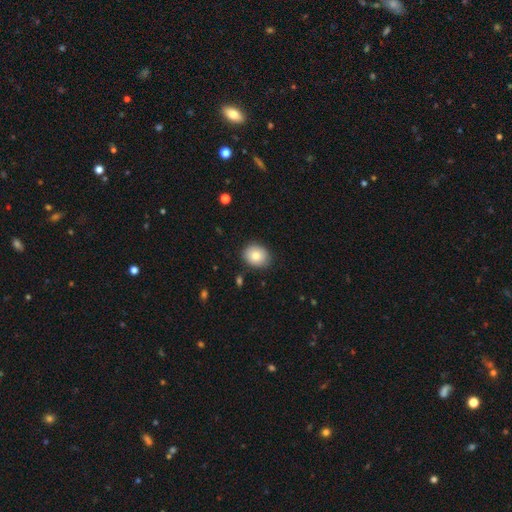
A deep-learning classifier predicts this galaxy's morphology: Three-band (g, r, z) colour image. It shows a smooth galaxy with no disk features (81%) that is round (61%). Merging: none (86%).